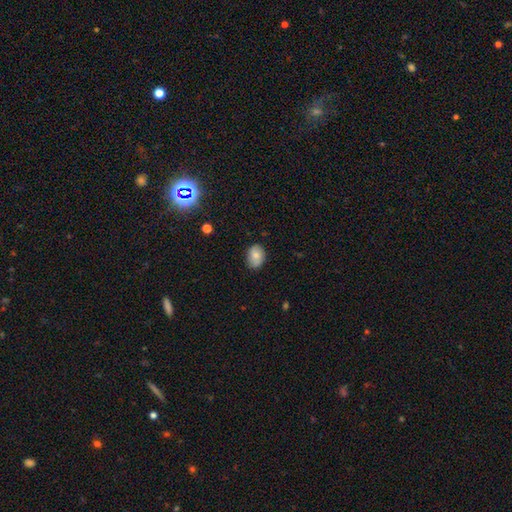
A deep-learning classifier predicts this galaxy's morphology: Smooth or featured?
  - smooth: 74% *
  - featured or disk: 17%
  - star or artifact: 9%
How rounded?
  - in between: 74% *
  - round: 25%
  - cigar-shaped: 1%
Merging?
  - none: 75% *
  - minor disturbance: 20%
  - major disturbance: 3%
  - merger: 2%